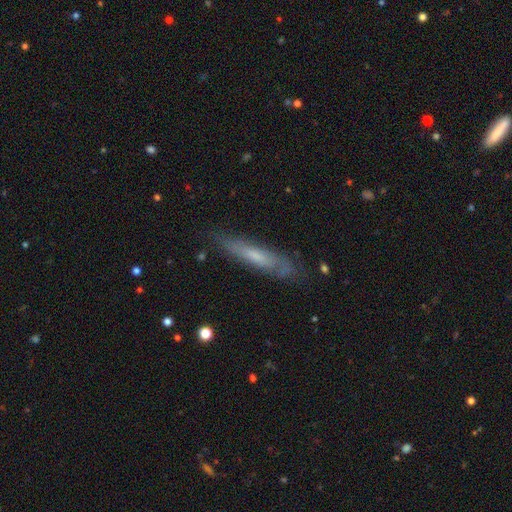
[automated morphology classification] Q: Smooth or featured?
A: smooth (47%); runner-up: featured or disk (46%)
Q: Merging?
A: none (77%); runner-up: minor disturbance (17%)